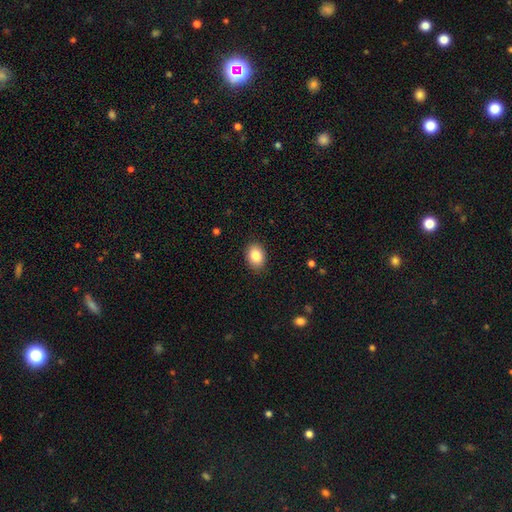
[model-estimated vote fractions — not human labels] Smooth or featured? smooth (84%)
How rounded? in between (66%)
Merging? none (89%)